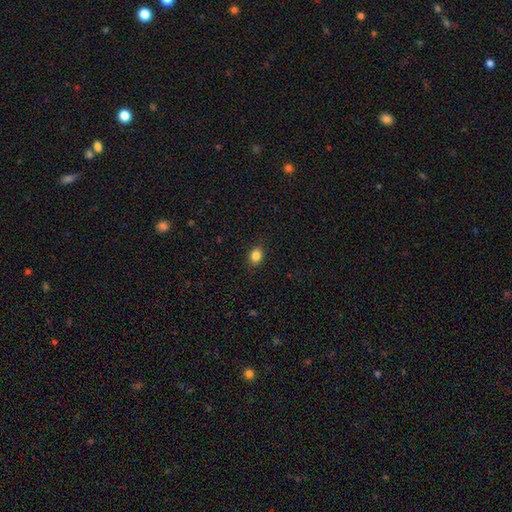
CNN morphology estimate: smooth_or_featured: smooth (p=0.84) [alt: star or artifact p=0.10]
how_rounded: in between (p=0.56) [alt: round p=0.43]
merging: none (p=0.88) [alt: minor disturbance p=0.09]